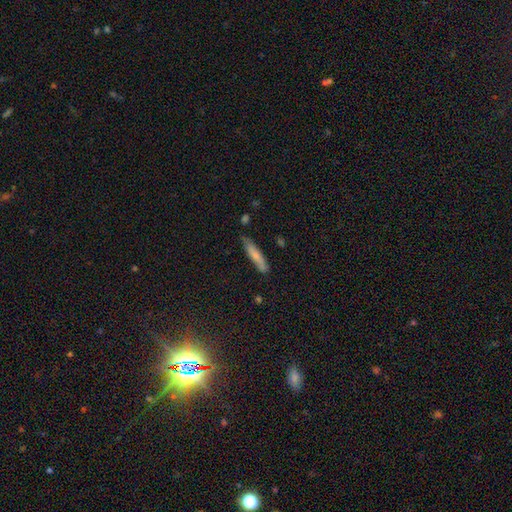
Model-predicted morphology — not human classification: Smooth or featured: smooth — 71% (featured or disk — 23%)
How rounded: cigar-shaped — 88% (in between — 11%)
Merging: none — 76% (minor disturbance — 19%)